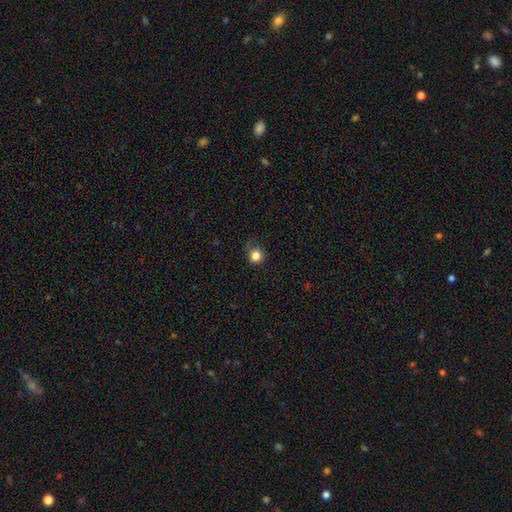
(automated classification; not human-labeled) Q: Smooth or featured?
A: smooth (83%); runner-up: star or artifact (12%)
Q: How rounded?
A: round (89%); runner-up: in between (10%)
Q: Merging?
A: none (78%); runner-up: minor disturbance (17%)